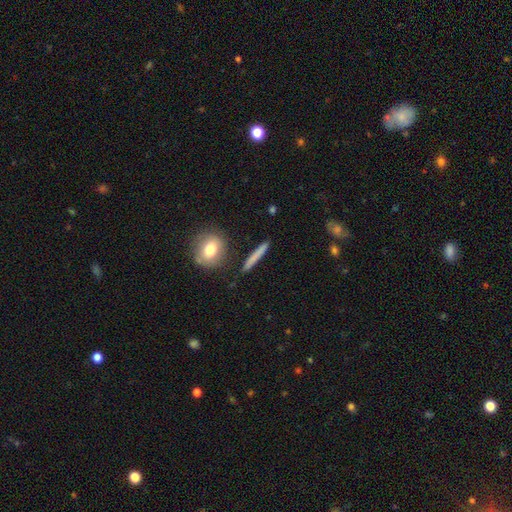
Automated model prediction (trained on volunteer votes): smooth 68%, featured or disk 25%, star or artifact 7%. Down the decision tree: how rounded — cigar-shaped (92%); merging — none (88%).